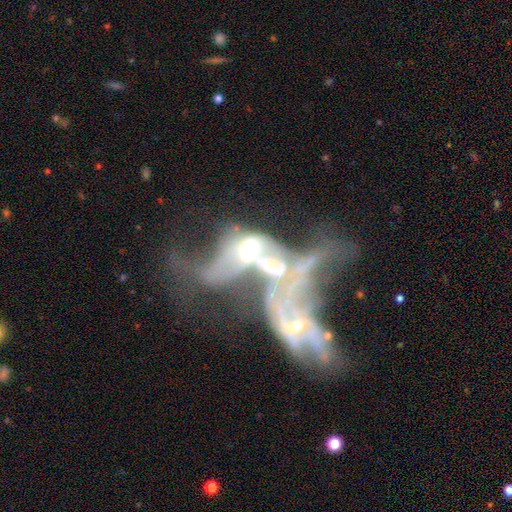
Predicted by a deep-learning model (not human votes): Smooth or featured? Predicted: featured or disk (p=0.71). Edge-on disk? Predicted: no (p=0.91). Bar? Predicted: no (p=0.72). Spiral arms? Predicted: no (p=0.55). Bulge size? Predicted: moderate (p=0.47). Merging? Predicted: merger (p=0.73).